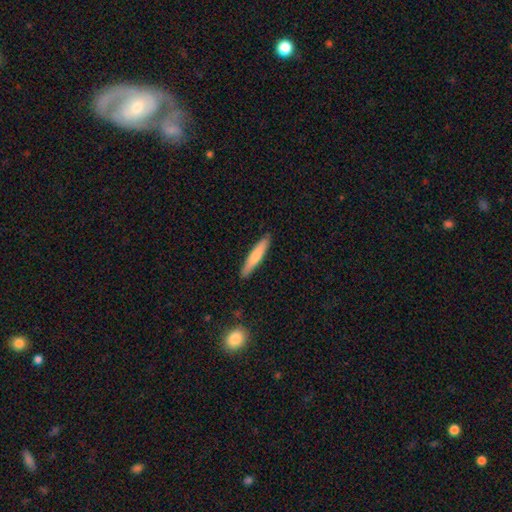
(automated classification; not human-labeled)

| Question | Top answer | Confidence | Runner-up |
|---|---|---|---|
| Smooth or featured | smooth | 70% | featured or disk (25%) |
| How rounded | cigar-shaped | 91% | in between (7%) |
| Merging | none | 90% | minor disturbance (8%) |